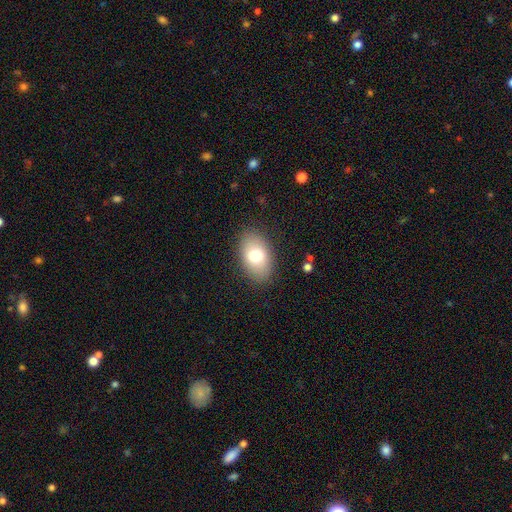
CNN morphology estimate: smooth 76%, featured or disk 16%, star or artifact 8%. Down the decision tree: how rounded — in between (89%); merging — none (86%).